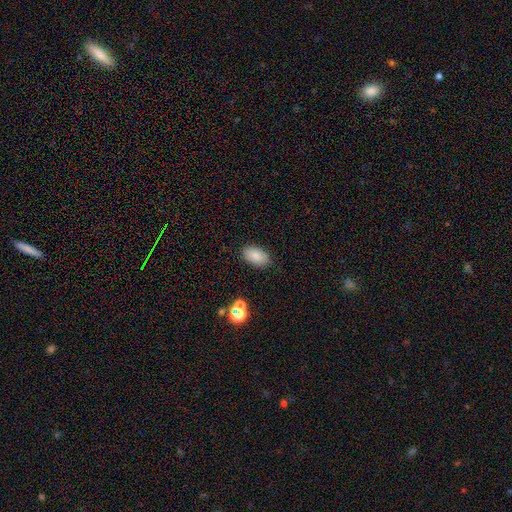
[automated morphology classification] This is clearly a smooth galaxy (84%). How rounded: clearly in between (94%). Merging: clearly none (86%).